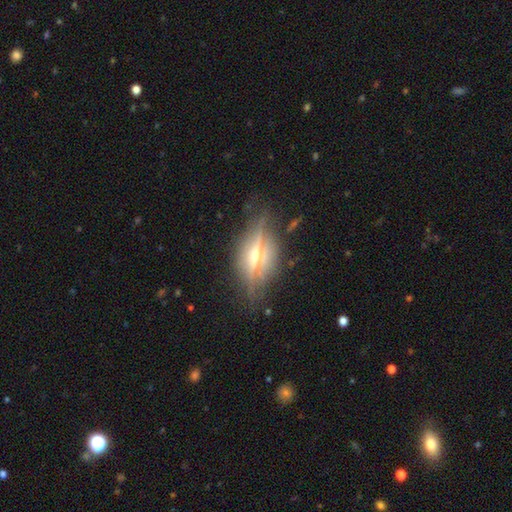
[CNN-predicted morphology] A featured or disk galaxy (73%) viewed edge-on (87%) with a rounded central bulge (86%).

Vote fractions:
- Smooth or featured? featured or disk: 73% / smooth: 18% / star or artifact: 10%
- Edge-on disk? yes: 87% / no: 13%
- Edge-on bulge? rounded: 86% / boxy: 9% / none: 5%
- Merging? none: 75% / minor disturbance: 16% / major disturbance: 7% / merger: 2%